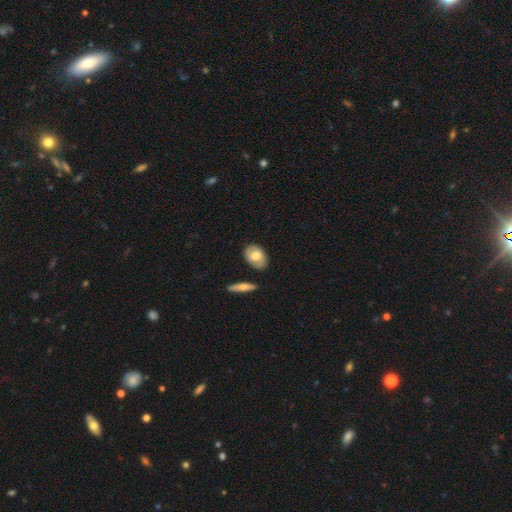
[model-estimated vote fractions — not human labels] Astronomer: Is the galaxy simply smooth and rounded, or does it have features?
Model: smooth — 58% (runner-up: featured or disk, 36%).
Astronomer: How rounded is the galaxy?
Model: in between — 82%.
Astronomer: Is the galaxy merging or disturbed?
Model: none — 77%.